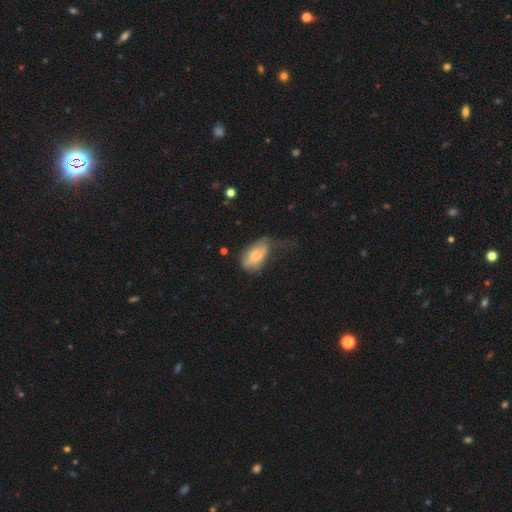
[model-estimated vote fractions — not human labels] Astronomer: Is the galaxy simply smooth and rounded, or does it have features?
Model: smooth — 74%.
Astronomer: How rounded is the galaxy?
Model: in between — 93%.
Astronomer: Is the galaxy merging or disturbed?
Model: major disturbance — 39% (runner-up: minor disturbance, 34%).